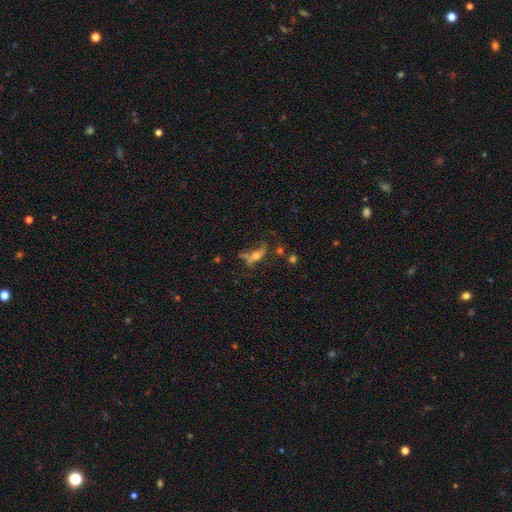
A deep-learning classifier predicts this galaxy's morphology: smooth_or_featured: featured or disk (p=0.48) [alt: smooth p=0.35]
merging: none (p=0.40) [alt: major disturbance p=0.23]